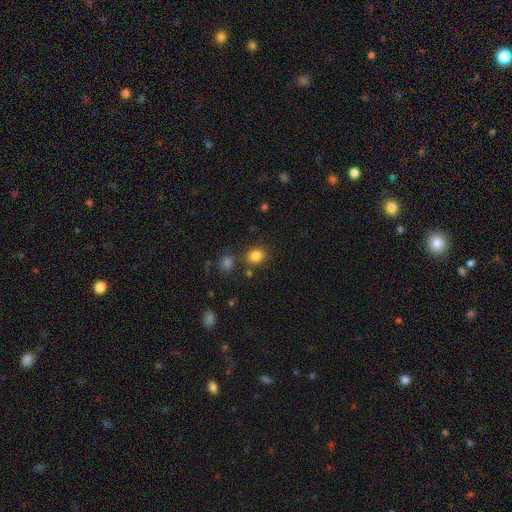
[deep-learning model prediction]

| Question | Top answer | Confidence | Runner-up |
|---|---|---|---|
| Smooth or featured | smooth | 83% | star or artifact (12%) |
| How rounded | round | 59% | in between (40%) |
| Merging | none | 79% | minor disturbance (11%) |